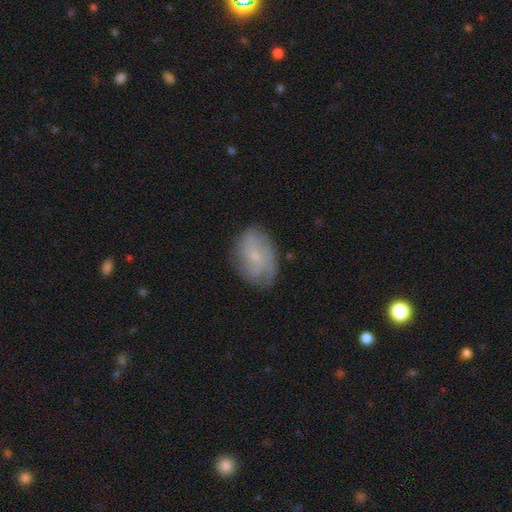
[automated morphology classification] featured or disk 57%, smooth 35%, star or artifact 8%. Down the decision tree: edge-on disk — no (96%); bar — no (64%); spiral arms — yes (83%); bulge size — small (68%); merging — none (72%).